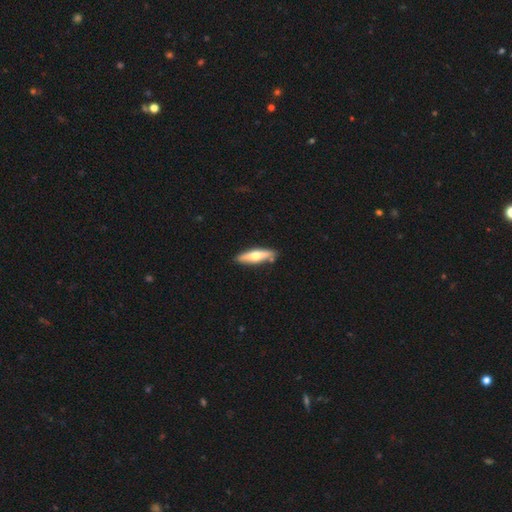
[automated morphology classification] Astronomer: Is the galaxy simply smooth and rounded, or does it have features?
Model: featured or disk — 50% (runner-up: smooth, 46%).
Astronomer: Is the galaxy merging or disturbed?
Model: none — 86%.